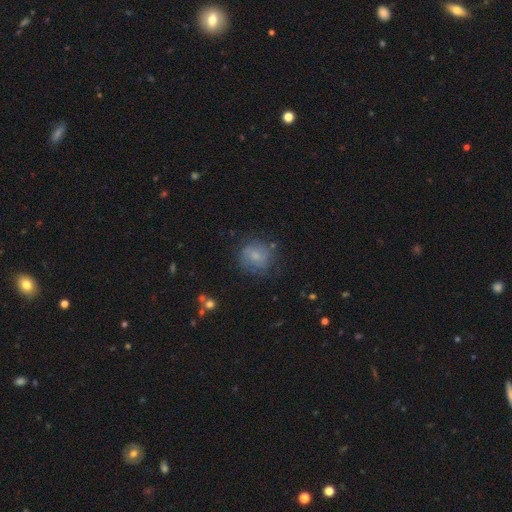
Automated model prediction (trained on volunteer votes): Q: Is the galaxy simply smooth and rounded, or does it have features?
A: smooth — 62%.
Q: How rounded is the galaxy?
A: round — 80%.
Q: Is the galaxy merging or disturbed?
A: none — 68%.